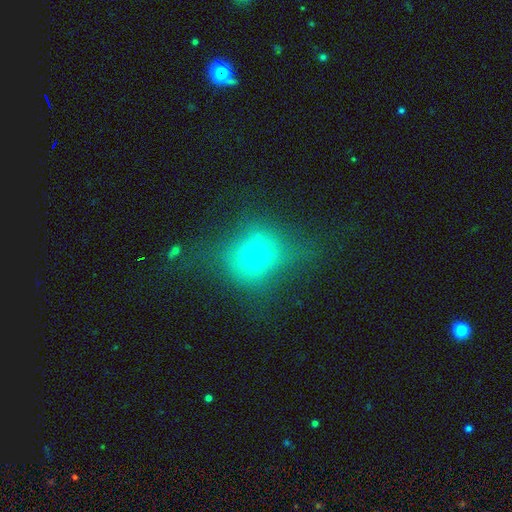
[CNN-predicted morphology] Smooth or featured: smooth — 63% (star or artifact — 20%)
How rounded: round — 78% (in between — 21%)
Merging: none — 57% (minor disturbance — 21%)